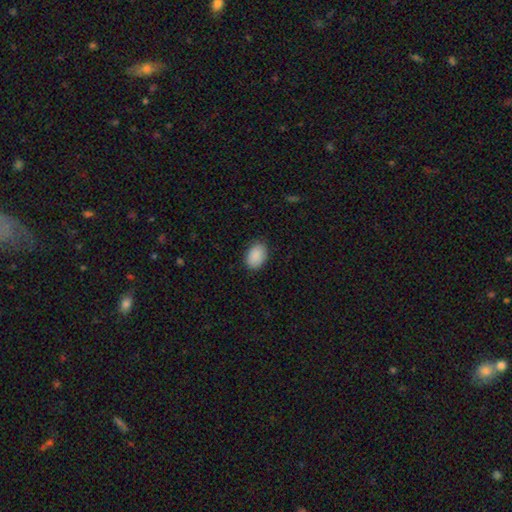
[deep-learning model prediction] smooth-or-featured: smooth: 90% | star or artifact: 7% | featured or disk: 3%
  how-rounded: in between: 82% | round: 17% | cigar-shaped: 1%
  merging: none: 84% | minor disturbance: 12% | major disturbance: 3% | merger: 1%